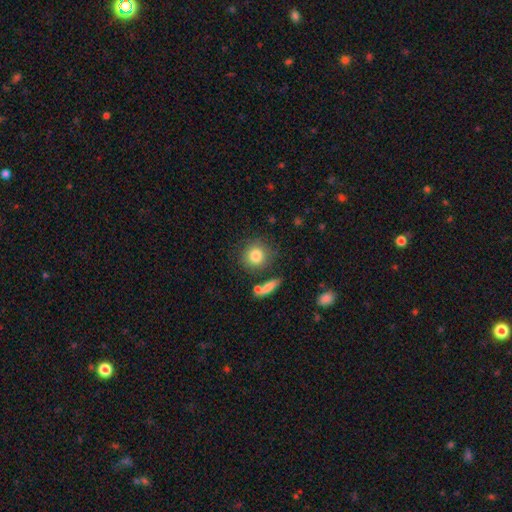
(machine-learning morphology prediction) Overall: smooth (83%). How rounded: round (87%). Merging: none (76%).